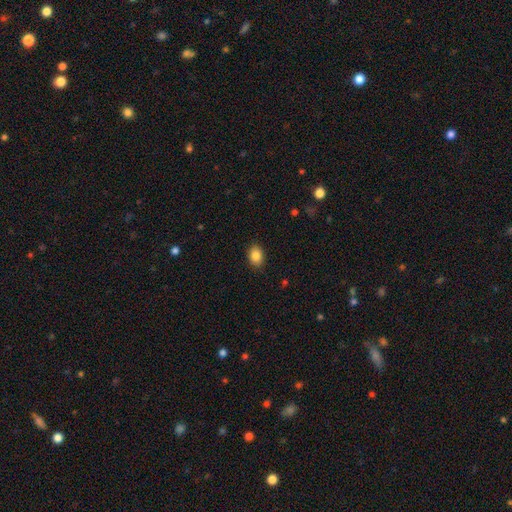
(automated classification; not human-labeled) smooth_or_featured: smooth (p=0.86) [alt: star or artifact p=0.09]
how_rounded: in between (p=0.74) [alt: round p=0.25]
merging: none (p=0.88) [alt: minor disturbance p=0.09]